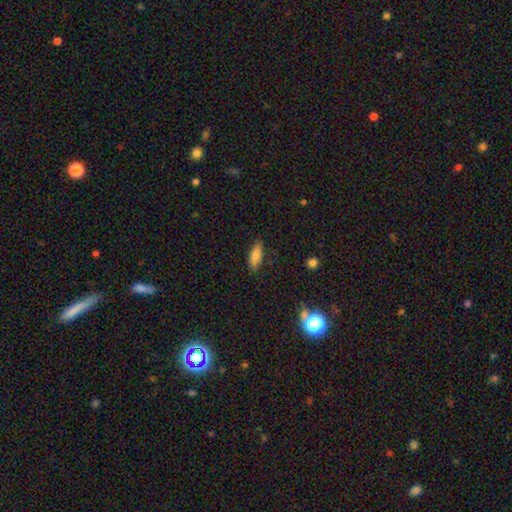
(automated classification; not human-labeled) Morphology: type=smooth (77%); roundness=in between (66%); merging=none (83%).